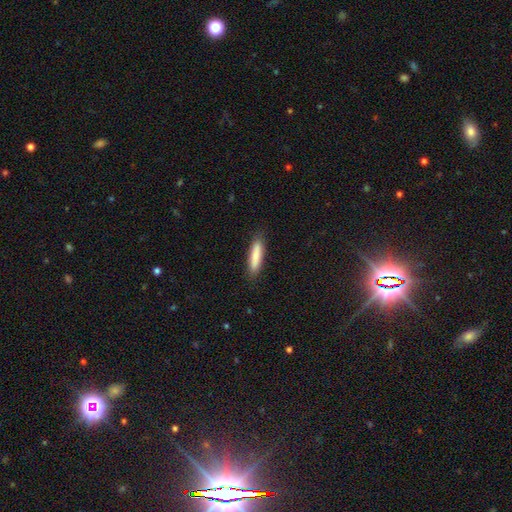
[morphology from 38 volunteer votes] smooth-or-featured: smooth: 89% | star or artifact: 8% | featured or disk: 3%
  how-rounded: cigar-shaped: 94% | round: 3% | in between: 3%
  merging: none: 91% | minor disturbance: 3% | major disturbance: 3% | merger: 3%